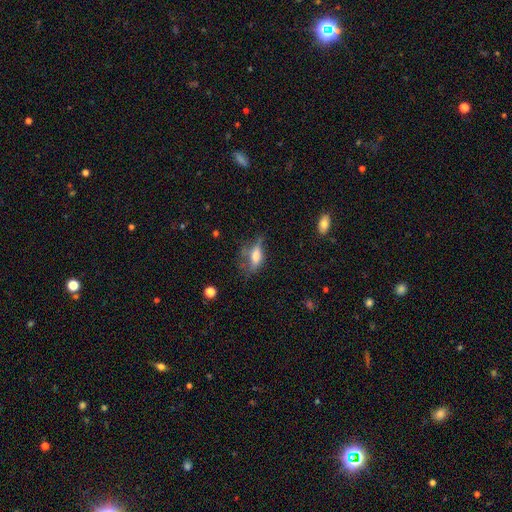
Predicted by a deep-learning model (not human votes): Q: Smooth or featured?
A: smooth (61%); runner-up: featured or disk (30%)
Q: How rounded?
A: in between (68%); runner-up: cigar-shaped (28%)
Q: Merging?
A: none (46%); runner-up: minor disturbance (30%)